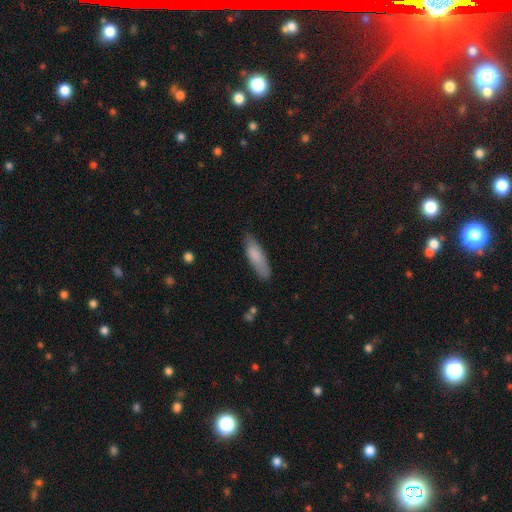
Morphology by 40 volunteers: Smooth or featured? smooth (92%)
How rounded? cigar-shaped (76%)
Merging? none (62%)